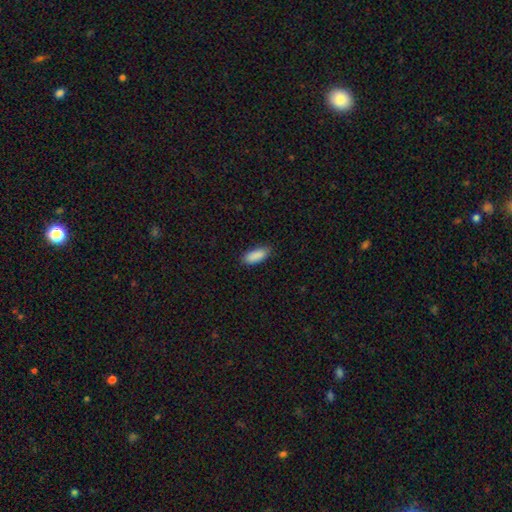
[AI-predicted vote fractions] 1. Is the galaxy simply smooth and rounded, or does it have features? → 90% smooth, 7% star or artifact, 3% featured or disk.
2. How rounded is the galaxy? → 81% in between, 17% cigar-shaped, 2% round.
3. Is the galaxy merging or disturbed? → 86% none, 11% minor disturbance, 2% major disturbance, 1% merger.